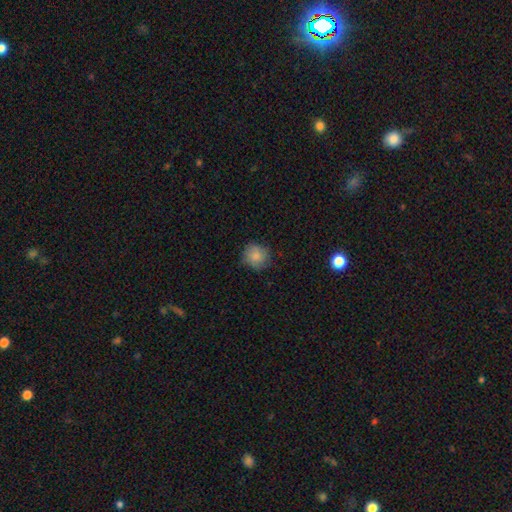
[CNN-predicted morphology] A smooth galaxy with no disk features (83%) that is round (88%). Merging: none (76%).